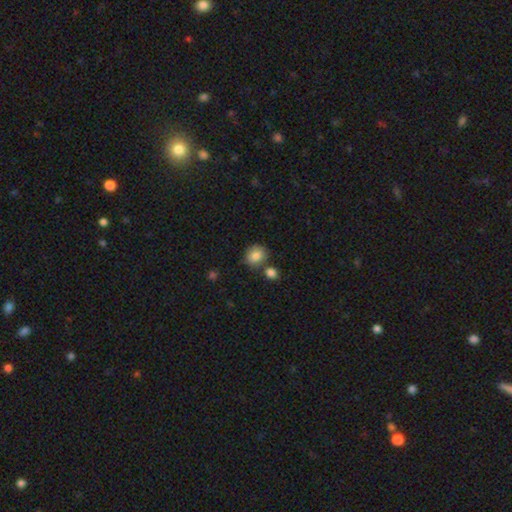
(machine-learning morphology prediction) A smooth galaxy with no disk features (84%) that is round (67%). Merging: none (70%).